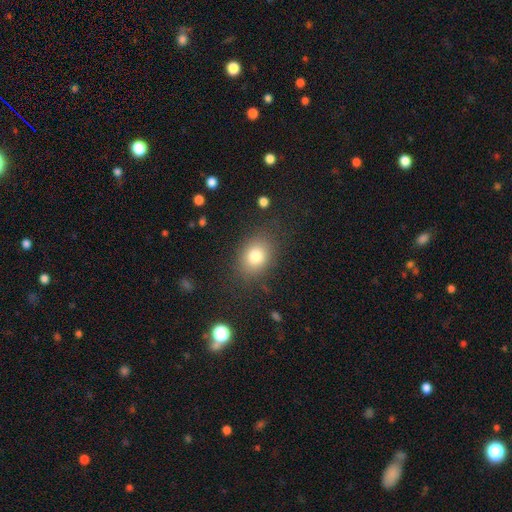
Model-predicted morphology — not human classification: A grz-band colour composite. It shows a smooth galaxy with no disk features (79%) that is in between round and cigar-shaped (58%). Merging: none (80%).